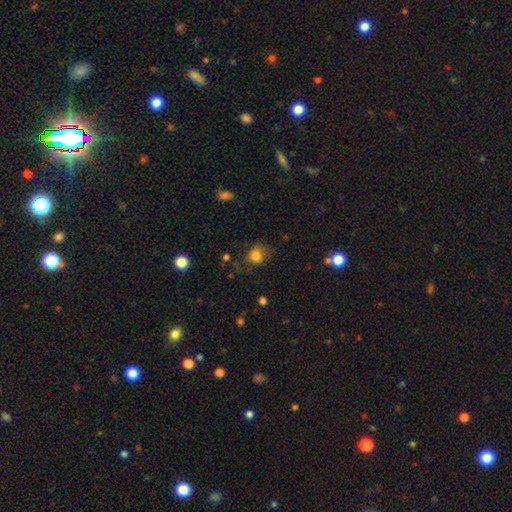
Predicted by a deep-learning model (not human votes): smooth_or_featured: smooth (p=0.80) [alt: star or artifact p=0.11]
how_rounded: round (p=0.66) [alt: in between p=0.33]
merging: none (p=0.60) [alt: minor disturbance p=0.24]